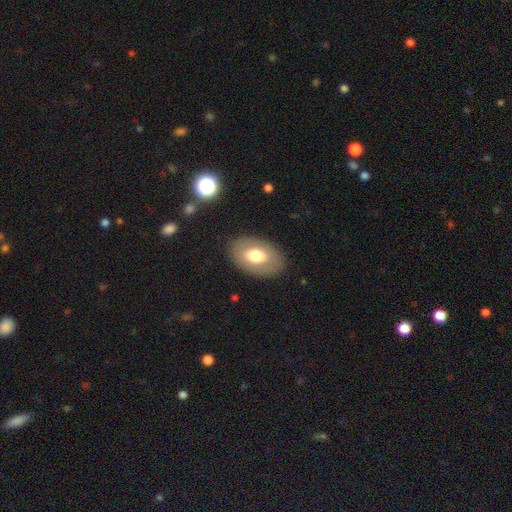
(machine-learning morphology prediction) type=smooth (65%); roundness=in between (86%); merging=none (85%).